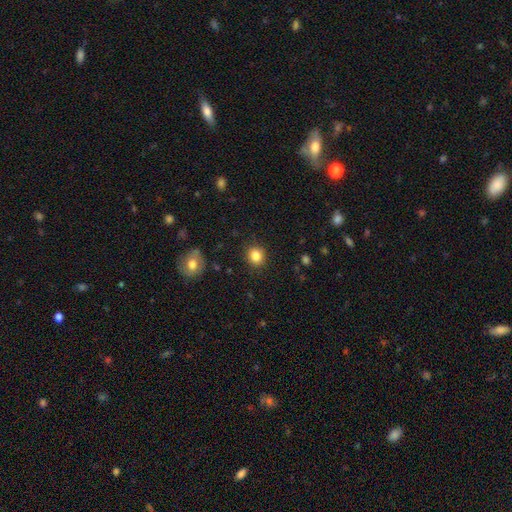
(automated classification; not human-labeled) smooth 84%, star or artifact 11%, featured or disk 6%. Down the decision tree: how rounded — round (80%); merging — none (89%).